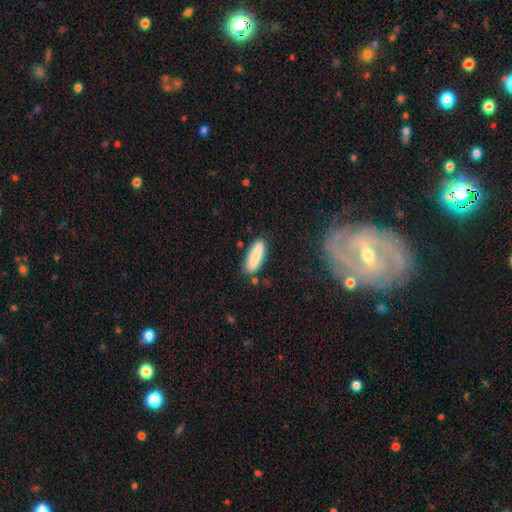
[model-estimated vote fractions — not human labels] Smooth or featured? Predicted: smooth (p=0.84). How rounded? Predicted: cigar-shaped (p=0.56). Merging? Predicted: none (p=0.80).